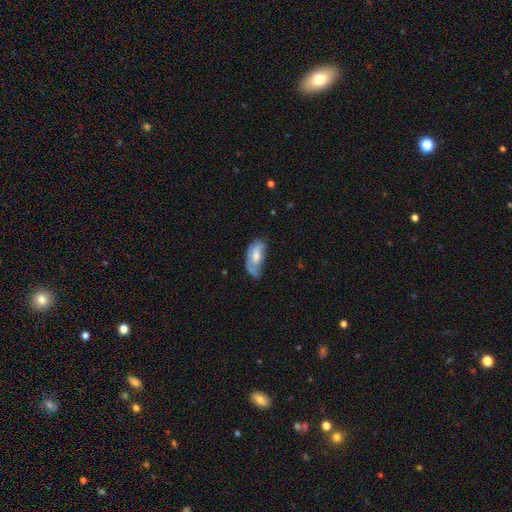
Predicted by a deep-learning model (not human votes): This appears to be a smooth galaxy with no disk features (60%) that is in between round and cigar-shaped (89%). Merging: minor disturbance (38%).